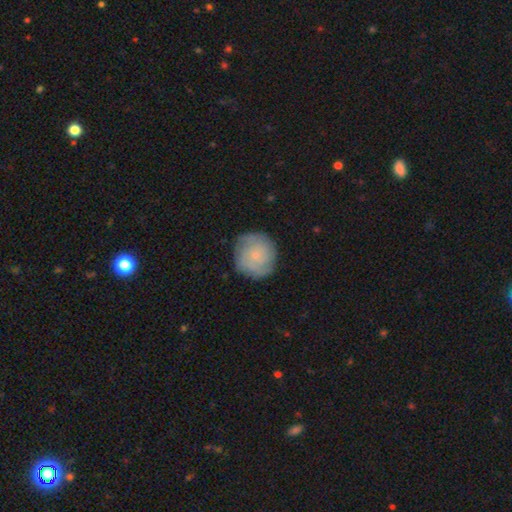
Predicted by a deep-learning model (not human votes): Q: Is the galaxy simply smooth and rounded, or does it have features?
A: featured or disk — 49%.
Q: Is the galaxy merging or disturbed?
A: none — 78%.